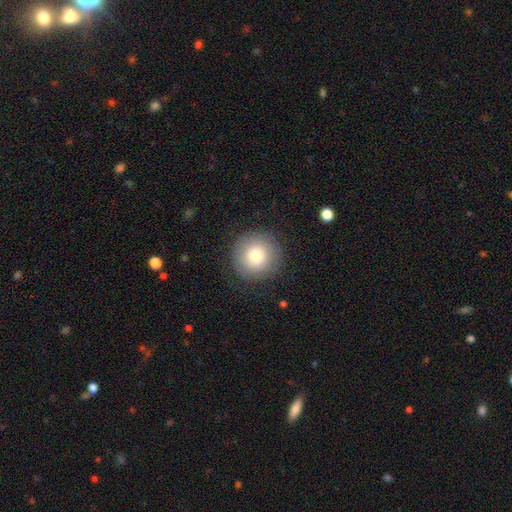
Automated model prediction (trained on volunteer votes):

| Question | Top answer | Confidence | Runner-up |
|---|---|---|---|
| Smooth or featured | smooth | 78% | featured or disk (13%) |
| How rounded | round | 96% | in between (3%) |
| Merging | none | 86% | minor disturbance (9%) |